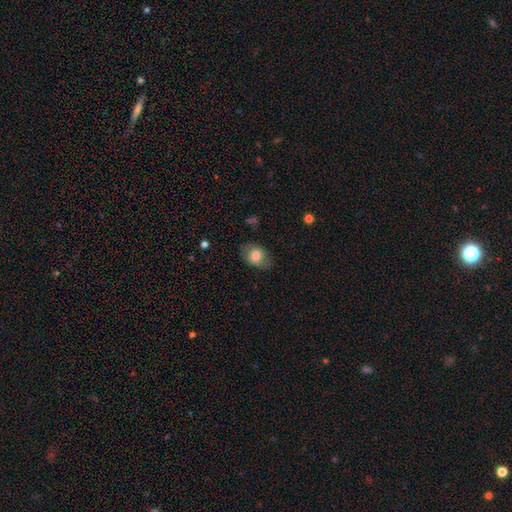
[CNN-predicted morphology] A smooth galaxy with no disk features (73%) that is in between round and cigar-shaped (74%). Merging: none (74%).